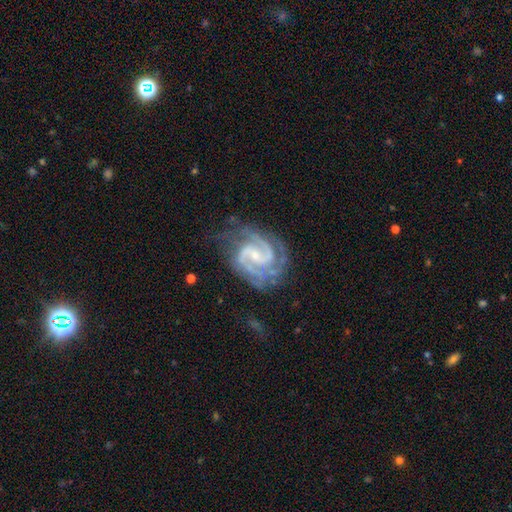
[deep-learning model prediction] smooth_or_featured: featured or disk (p=0.93) [alt: star or artifact p=0.05]
disk_edge_on: no (p=0.98) [alt: yes p=0.02]
bar: weak (p=0.48) [alt: no p=0.34]
has_spiral_arms: yes (p=0.99) [alt: no p=0.01]
spiral_winding: medium (p=0.48) [alt: tight p=0.46]
spiral_arm_count: 2 (p=0.74) [alt: 3 p=0.13]
bulge_size: small (p=0.70) [alt: moderate p=0.22]
merging: none (p=0.68) [alt: minor disturbance p=0.21]